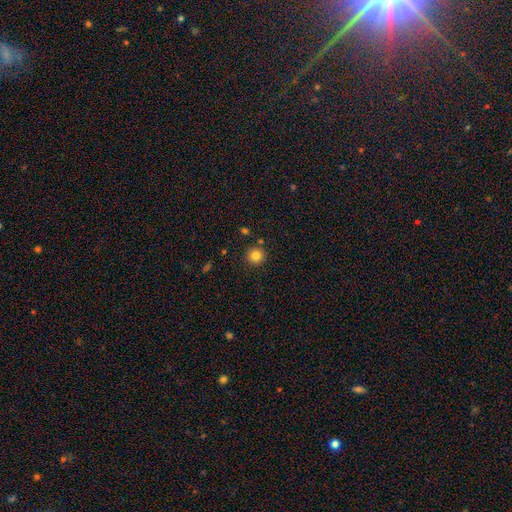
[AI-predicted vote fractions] This appears to be a smooth galaxy with no disk features (83%) that is round (94%). Merging: none (88%).